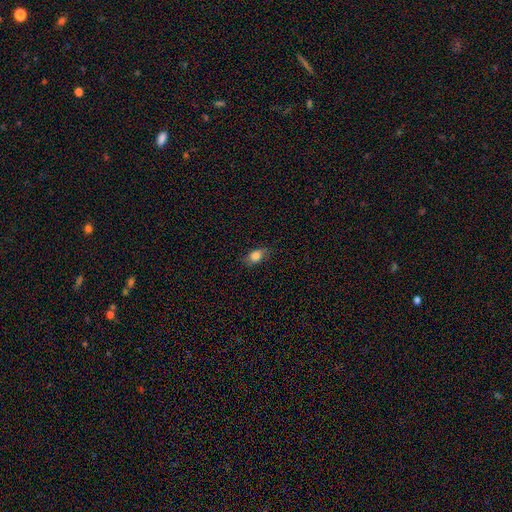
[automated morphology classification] A smooth galaxy with no disk features (81%) that is in between round and cigar-shaped (79%). Merging: none (77%).